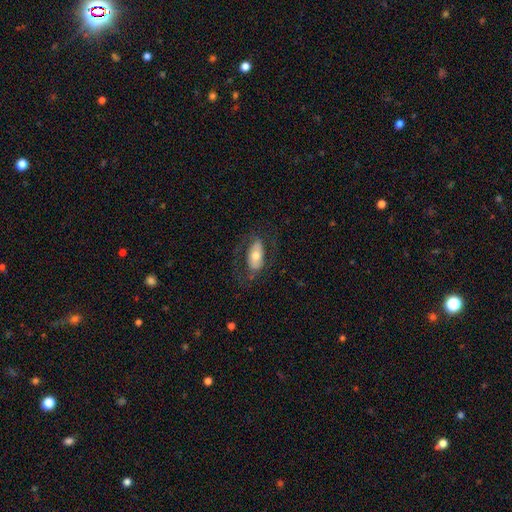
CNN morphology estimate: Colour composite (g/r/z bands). It shows a smooth galaxy with no disk features (48%). Merging: none (67%).